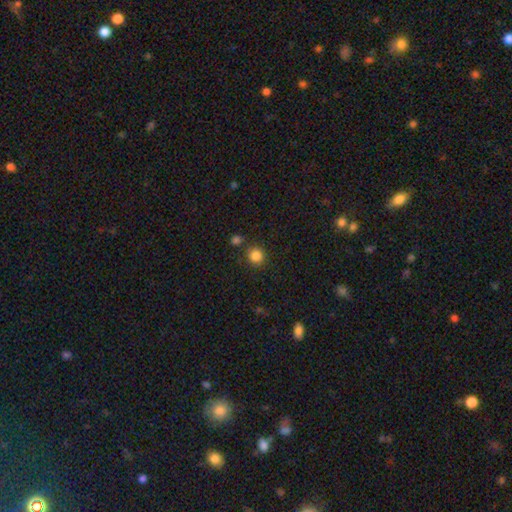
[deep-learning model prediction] Smooth or featured?
  - smooth: 85% *
  - star or artifact: 11%
  - featured or disk: 4%
How rounded?
  - round: 89% *
  - in between: 10%
  - cigar-shaped: 1%
Merging?
  - none: 82% *
  - minor disturbance: 8%
  - merger: 7%
  - major disturbance: 3%